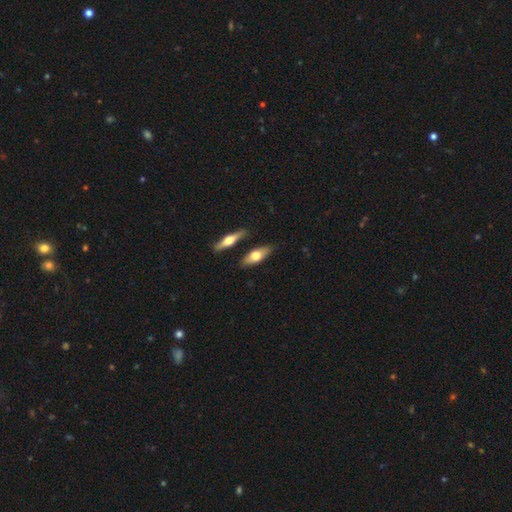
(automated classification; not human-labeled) A smooth galaxy with no disk features (56%) that is in between round and cigar-shaped (60%). Merging: none (79%).